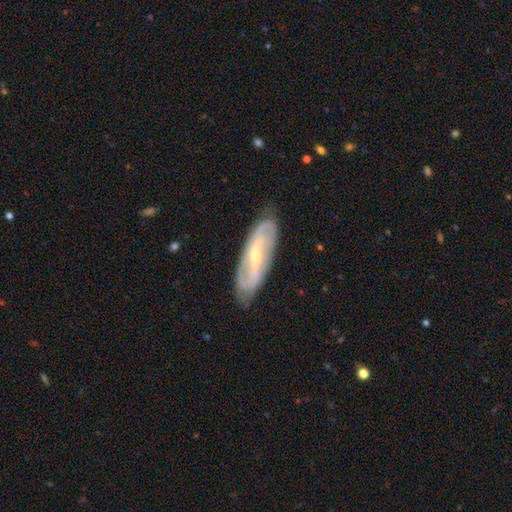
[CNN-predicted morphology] type=featured or disk (79%); edge-on=no (85%); bar=strong (47%); spiral arms=yes (89%); winding=medium (39%); arm count=2 (75%); bulge=small (63%); merging=none (82%).